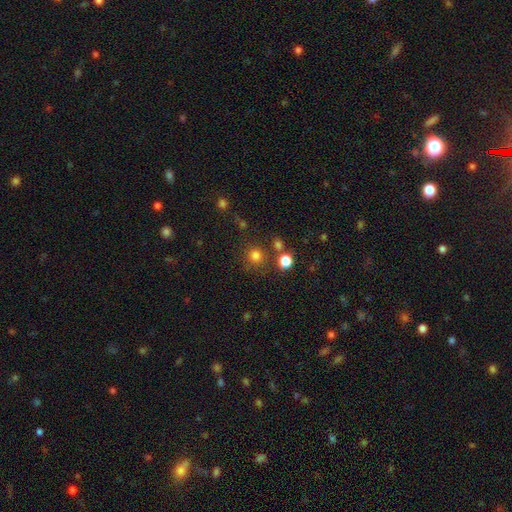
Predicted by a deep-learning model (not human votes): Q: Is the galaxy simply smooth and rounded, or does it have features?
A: smooth — 79%.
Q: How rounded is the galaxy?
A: round — 92%.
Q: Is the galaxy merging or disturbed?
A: none — 78%.